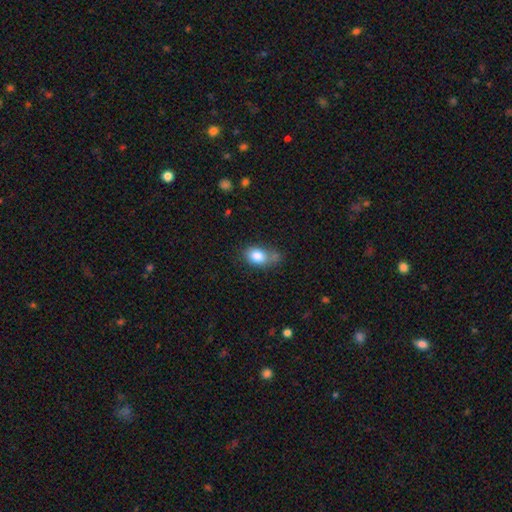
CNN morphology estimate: A smooth galaxy with no disk features (82%) that is in between round and cigar-shaped (79%).

Vote fractions:
- Smooth or featured? smooth: 82% / featured or disk: 10% / star or artifact: 8%
- How rounded? in between: 79% / round: 19% / cigar-shaped: 2%
- Merging? none: 43% / minor disturbance: 30% / merger: 15% / major disturbance: 12%